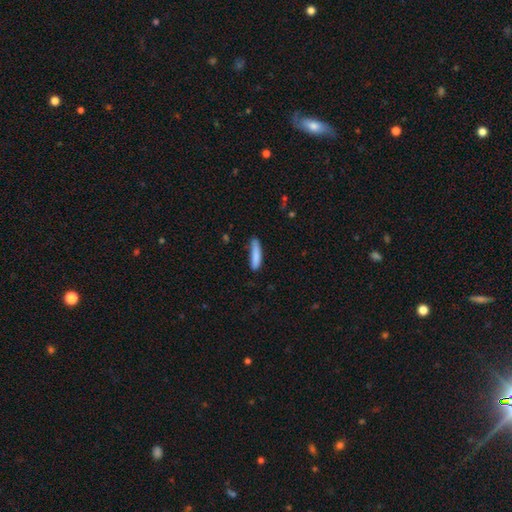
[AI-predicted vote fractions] smooth 85%, featured or disk 9%, star or artifact 6%. Down the decision tree: how rounded — cigar-shaped (83%); merging — none (70%).